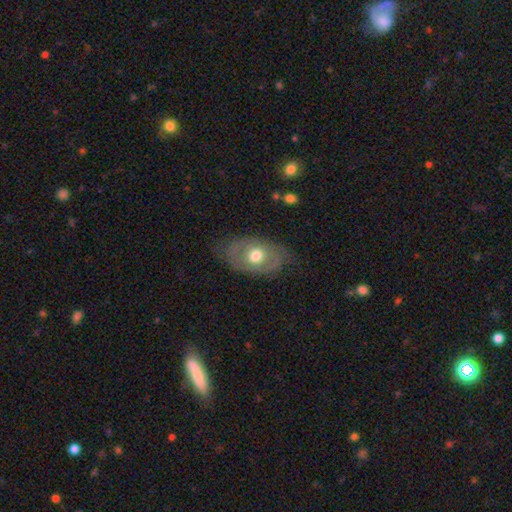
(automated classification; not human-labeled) A featured or disk galaxy (54%).

Vote fractions:
- Smooth or featured? featured or disk: 54% / smooth: 40% / star or artifact: 6%
- Edge-on disk? no: 91% / yes: 9%
- Merging? none: 70% / minor disturbance: 20% / major disturbance: 8% / merger: 1%